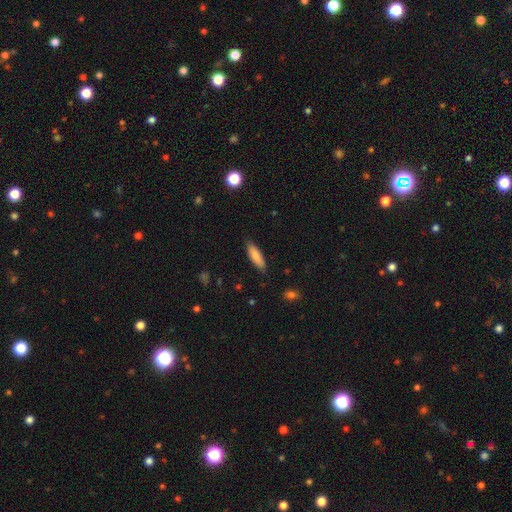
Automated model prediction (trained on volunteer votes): Smooth or featured? smooth (82%)
How rounded? cigar-shaped (59%)
Merging? none (85%)